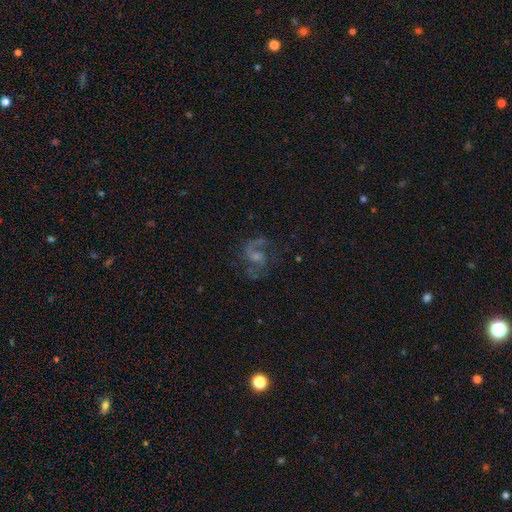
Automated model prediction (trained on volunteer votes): This is clearly a featured or disk galaxy (82%). It is clearly not viewed edge-on (98%). Bar: possibly no (58%). Spiral arm pattern: clearly yes (94%). Spiral arm count: likely 2 (76%). Spiral winding: possibly medium (50%). Central bulge: possibly small (48%). Merging: likely none (61%).